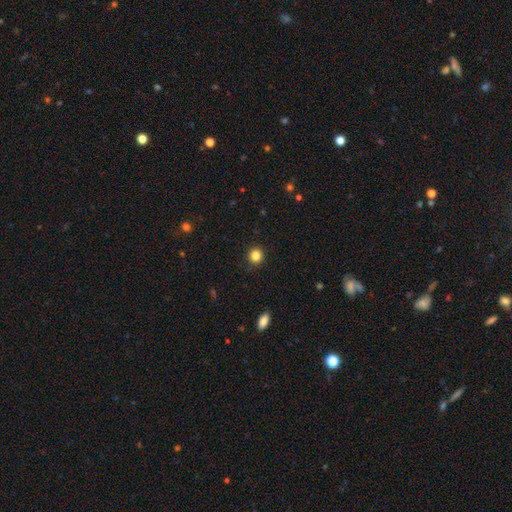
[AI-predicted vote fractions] smooth 84%, star or artifact 12%, featured or disk 4%. Down the decision tree: how rounded — round (90%); merging — none (90%).